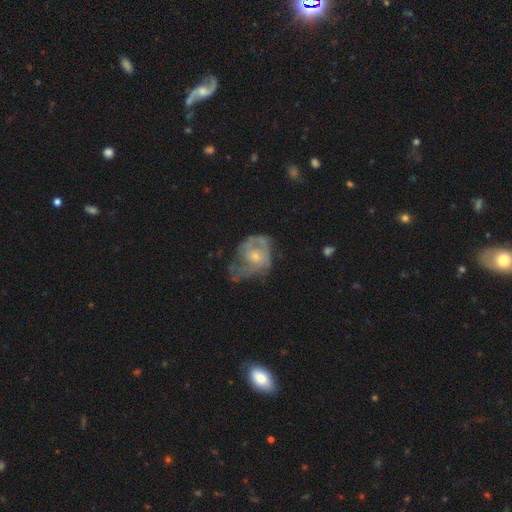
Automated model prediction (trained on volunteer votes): Overall: featured or disk (63%; smooth 30%). Edge-on disk: no (97%). Bar: no (77%). Spiral arms: yes (59%; no 41%). Bulge size: small (58%; moderate 35%). Merging: major disturbance (38%; none 30%).